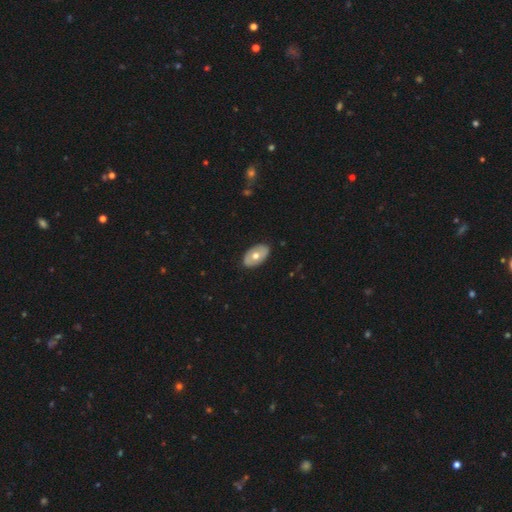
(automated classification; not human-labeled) A smooth galaxy with no disk features (57%) that is in between round and cigar-shaped (92%).

Vote fractions:
- Smooth or featured? smooth: 57% / featured or disk: 38% / star or artifact: 5%
- How rounded? in between: 92% / round: 7% / cigar-shaped: 1%
- Merging? none: 86% / minor disturbance: 10% / major disturbance: 2% / merger: 1%